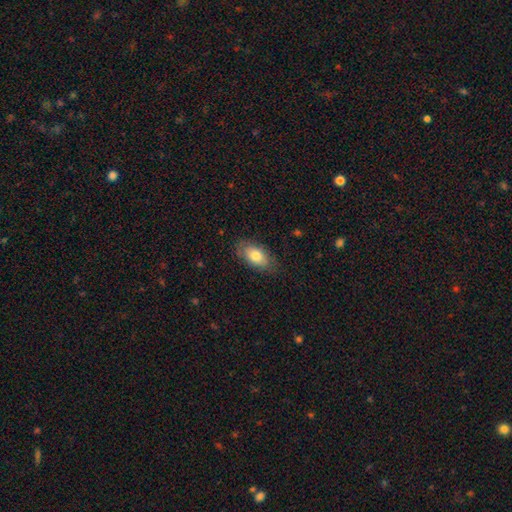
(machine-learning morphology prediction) This is likely a smooth galaxy (77%). How rounded: clearly in between (91%). Merging: clearly none (80%).